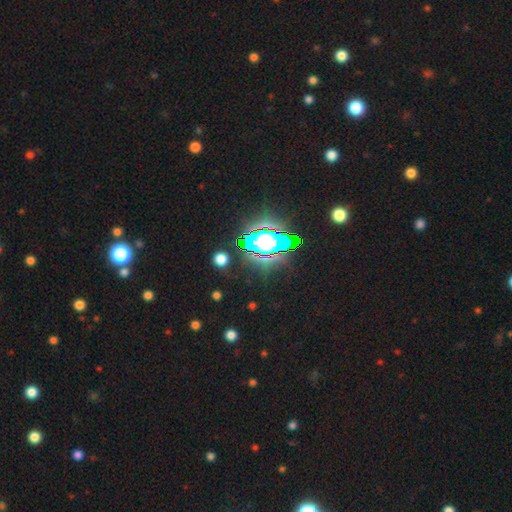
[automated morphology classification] Q: Smooth or featured?
A: star or artifact (83%); runner-up: smooth (10%)